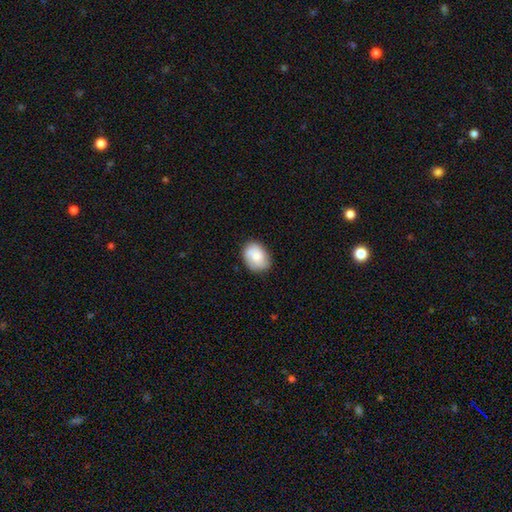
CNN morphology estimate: A smooth galaxy with no disk features (70%) that is in between round and cigar-shaped (67%).

Vote fractions:
- Smooth or featured? smooth: 70% / featured or disk: 23% / star or artifact: 7%
- How rounded? in between: 67% / round: 32% / cigar-shaped: 1%
- Merging? none: 79% / minor disturbance: 16% / major disturbance: 3% / merger: 1%